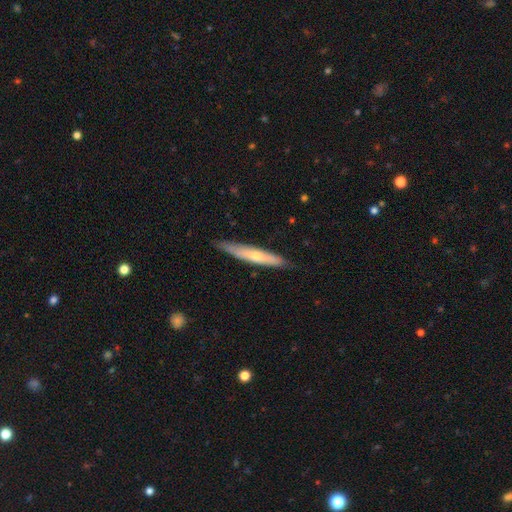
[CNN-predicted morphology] This appears to be a smooth galaxy with no disk features (50%). Merging: none (81%).